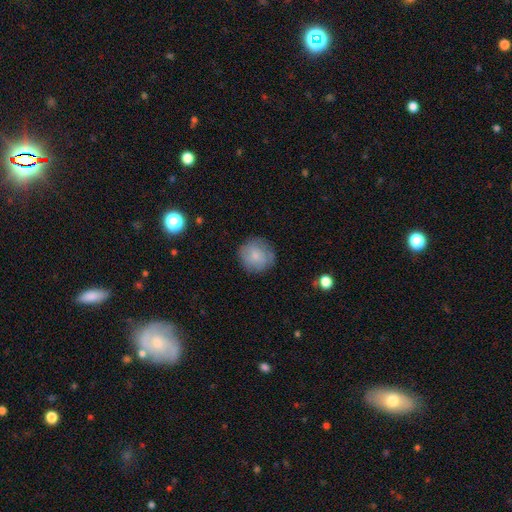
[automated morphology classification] Smooth or featured? Predicted: smooth (p=0.77). How rounded? Predicted: round (p=0.92). Merging? Predicted: none (p=0.79).